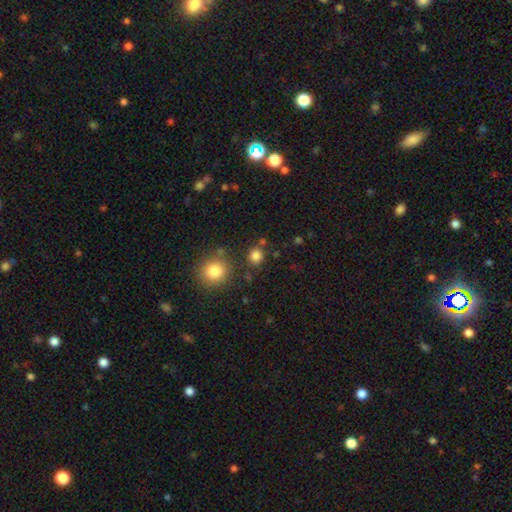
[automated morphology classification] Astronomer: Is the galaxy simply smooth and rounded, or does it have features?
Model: smooth — 82%.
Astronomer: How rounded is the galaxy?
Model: round — 85%.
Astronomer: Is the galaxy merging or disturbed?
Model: none — 81%.